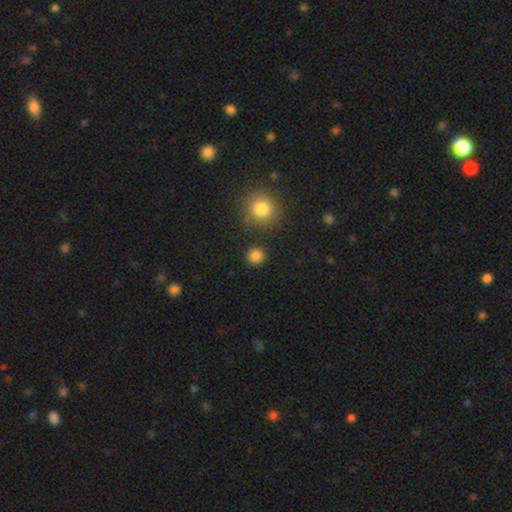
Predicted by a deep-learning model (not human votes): A smooth galaxy with no disk features (83%) that is round (93%). Merging: none (87%).